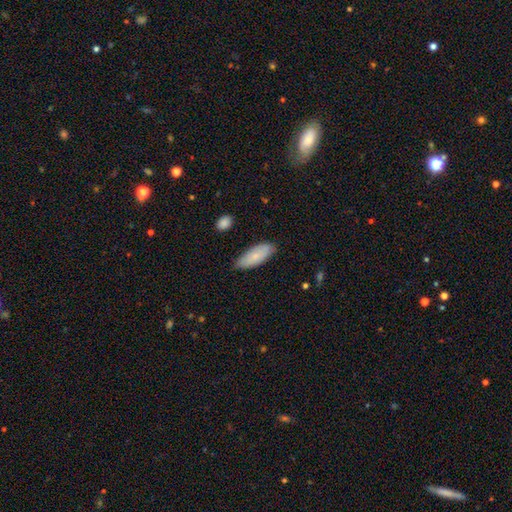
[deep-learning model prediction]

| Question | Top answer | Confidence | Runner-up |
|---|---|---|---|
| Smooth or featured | smooth | 80% | featured or disk (14%) |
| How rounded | in between | 77% | cigar-shaped (21%) |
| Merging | none | 79% | minor disturbance (17%) |